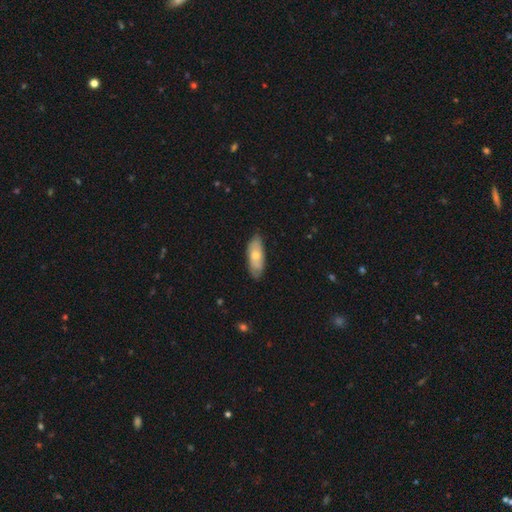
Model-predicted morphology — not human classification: smooth 61%, featured or disk 34%, star or artifact 5%. Down the decision tree: how rounded — in between (78%); merging — none (78%).